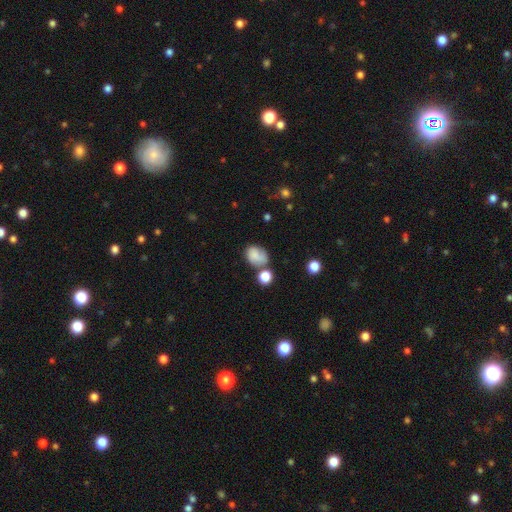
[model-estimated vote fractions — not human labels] smooth_or_featured: smooth (p=0.71) [alt: featured or disk p=0.18]
how_rounded: in between (p=0.63) [alt: round p=0.36]
merging: none (p=0.45) [alt: minor disturbance p=0.25]